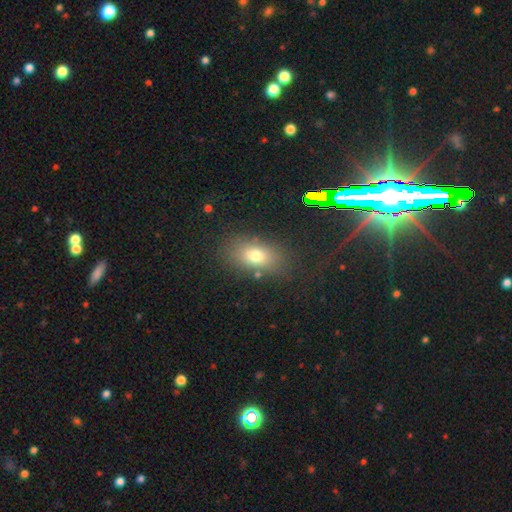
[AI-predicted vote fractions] This appears to be a smooth galaxy with no disk features (72%) that is in between round and cigar-shaped (81%). Merging: none (78%).